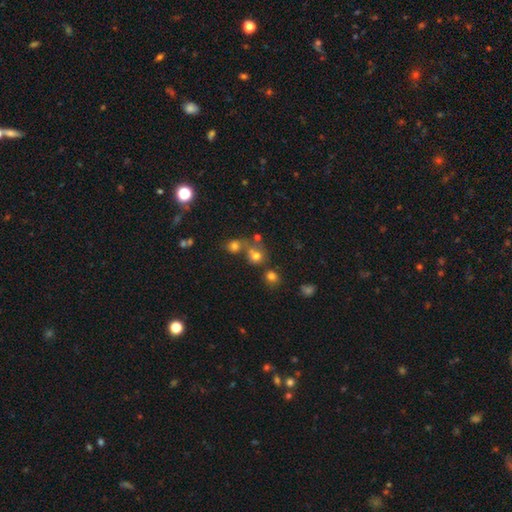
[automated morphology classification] smooth_or_featured: smooth (p=0.70) [alt: star or artifact p=0.19]
how_rounded: round (p=0.82) [alt: in between p=0.16]
merging: none (p=0.51) [alt: merger p=0.34]